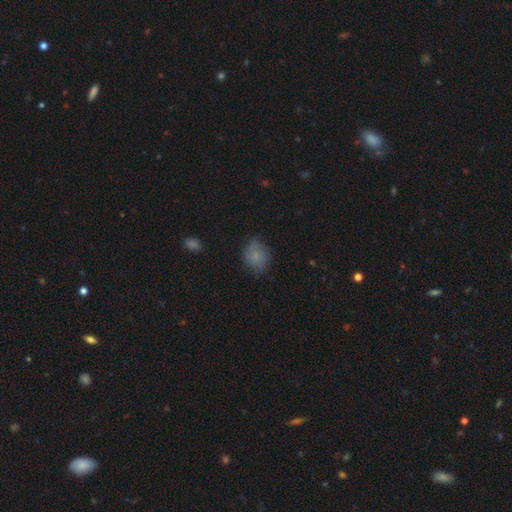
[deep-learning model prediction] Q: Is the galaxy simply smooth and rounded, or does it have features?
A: smooth — 78%.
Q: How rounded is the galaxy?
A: round — 55%.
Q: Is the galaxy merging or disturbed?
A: none — 69%.